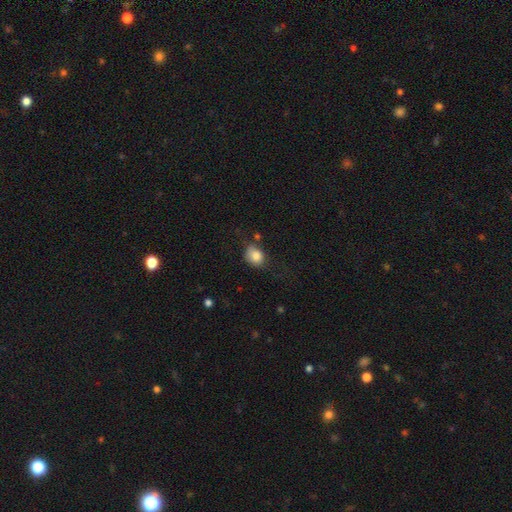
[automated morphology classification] A smooth galaxy with no disk features (82%) that is in between round and cigar-shaped (52%). Merging: none (56%).